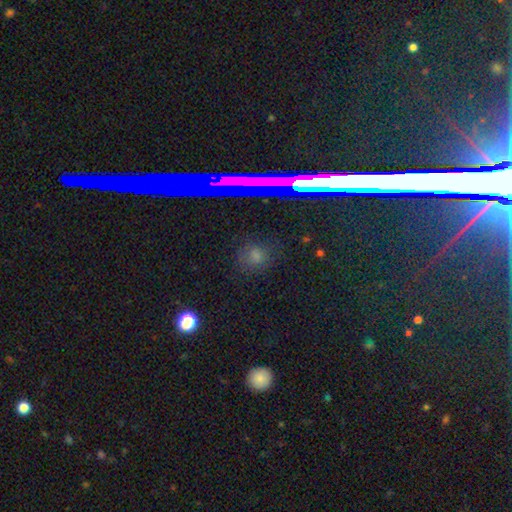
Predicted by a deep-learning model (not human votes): A smooth galaxy with no disk features (48%).

Vote fractions:
- Smooth or featured? smooth: 48% / star or artifact: 41% / featured or disk: 12%
- Merging? none: 87% / minor disturbance: 8% / major disturbance: 3% / merger: 2%